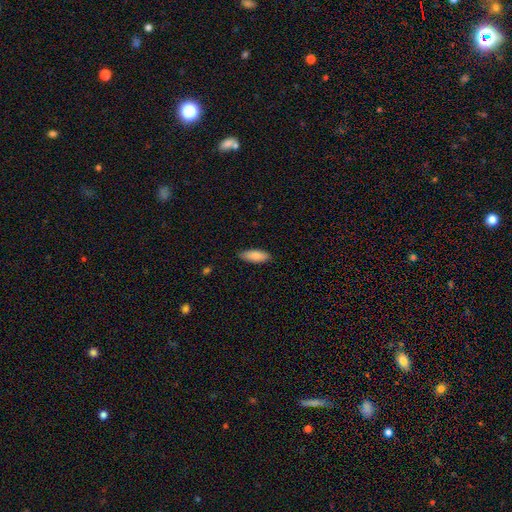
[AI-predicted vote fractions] Morphology: type=smooth (86%); roundness=in between (75%); merging=none (85%).